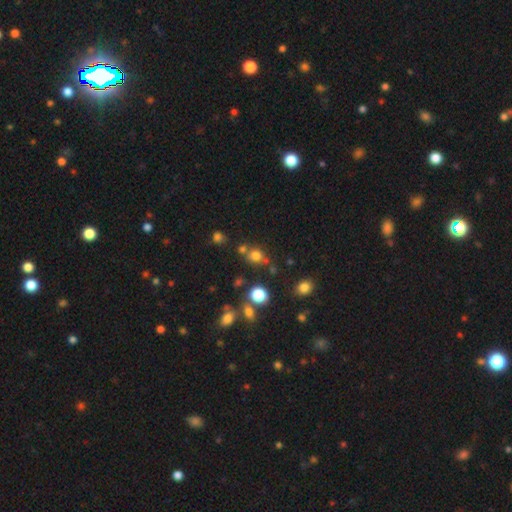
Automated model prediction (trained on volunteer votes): This is likely a smooth galaxy (73%). How rounded: likely round (72%). Merging: likely none (62%).